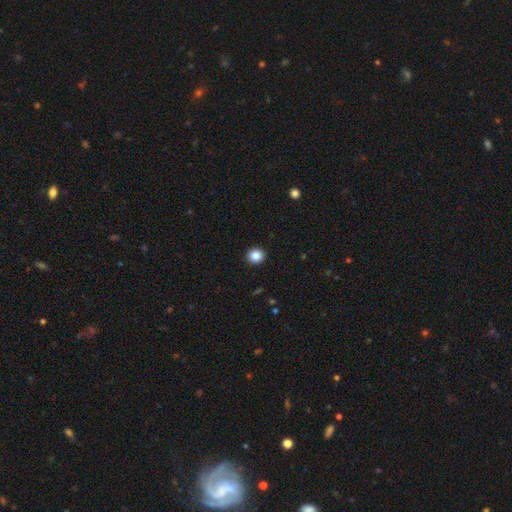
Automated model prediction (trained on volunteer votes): smooth 85%, star or artifact 10%, featured or disk 4%. Down the decision tree: how rounded — round (89%); merging — none (93%).